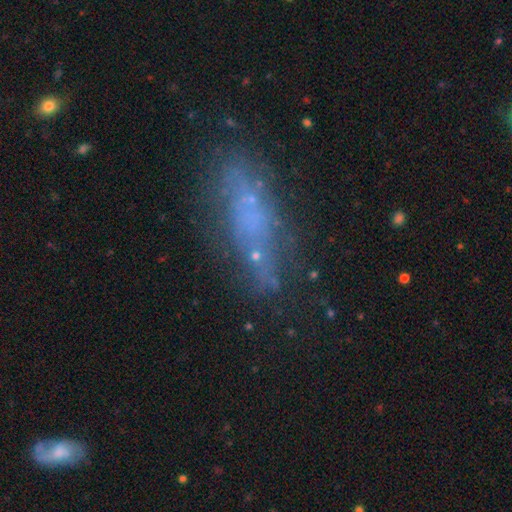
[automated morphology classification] A smooth galaxy with no disk features (43%). Merging: none (61%).